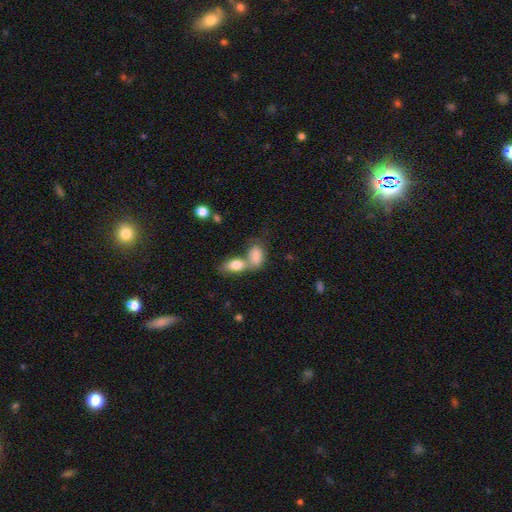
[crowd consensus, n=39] A smooth galaxy with no disk features (85%) that is in between round and cigar-shaped (91%). Merging: merger (54%).